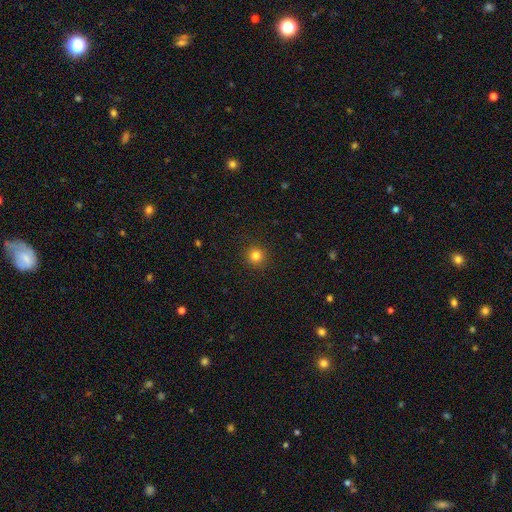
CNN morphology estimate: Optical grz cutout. It shows a smooth galaxy with no disk features (82%) that is round (95%). Merging: none (92%).